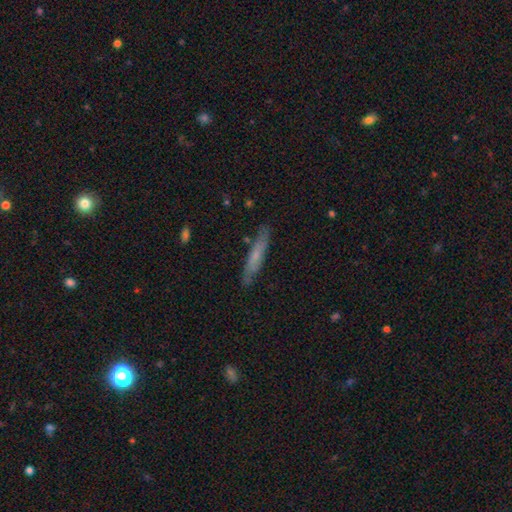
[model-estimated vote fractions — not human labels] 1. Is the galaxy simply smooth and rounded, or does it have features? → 54% smooth, 39% featured or disk, 7% star or artifact.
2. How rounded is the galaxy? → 92% cigar-shaped, 7% in between, 2% round.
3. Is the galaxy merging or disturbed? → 83% none, 13% minor disturbance, 2% major disturbance, 2% merger.